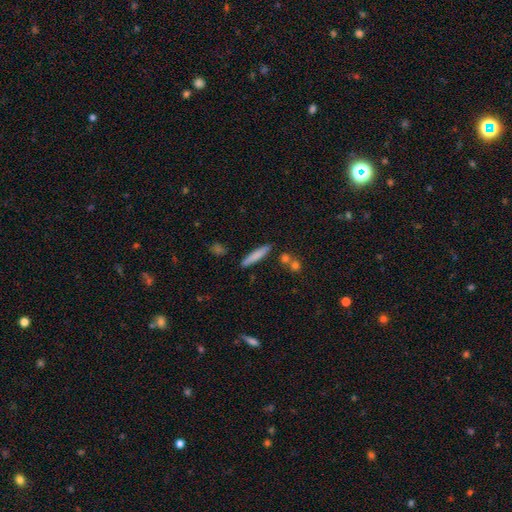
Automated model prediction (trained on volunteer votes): Smooth or featured: smooth — 77% (featured or disk — 16%)
How rounded: cigar-shaped — 89% (in between — 9%)
Merging: none — 84% (minor disturbance — 9%)